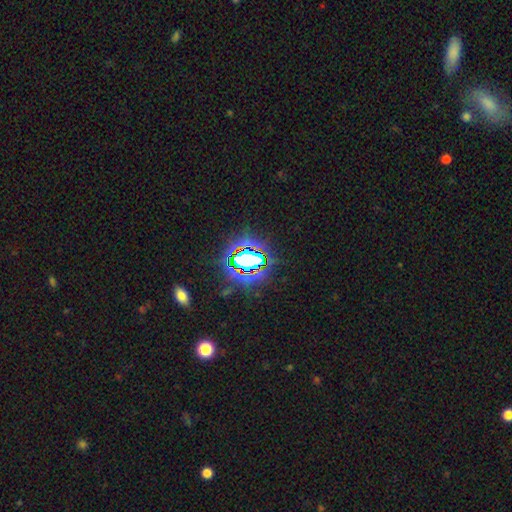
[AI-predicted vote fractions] This is likely a star or artifact rather than a galaxy (79%).